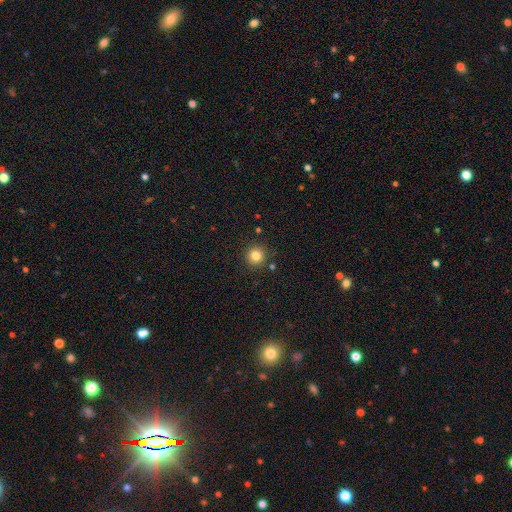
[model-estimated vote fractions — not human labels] This appears to be a smooth galaxy with no disk features (83%) that is round (95%). Merging: none (89%).